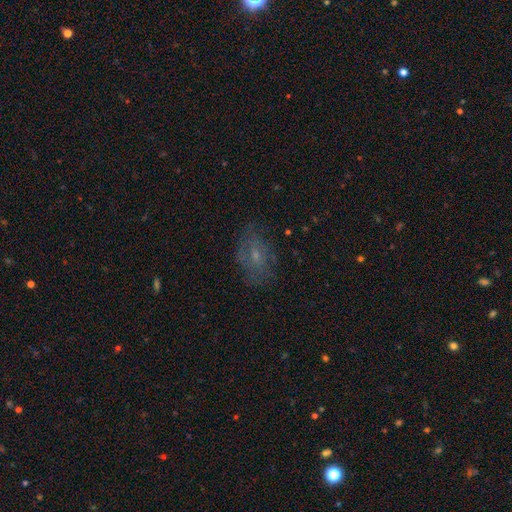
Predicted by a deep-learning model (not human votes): featured or disk 43%, smooth 41%, star or artifact 16%. Down the decision tree: merging — none (67%).